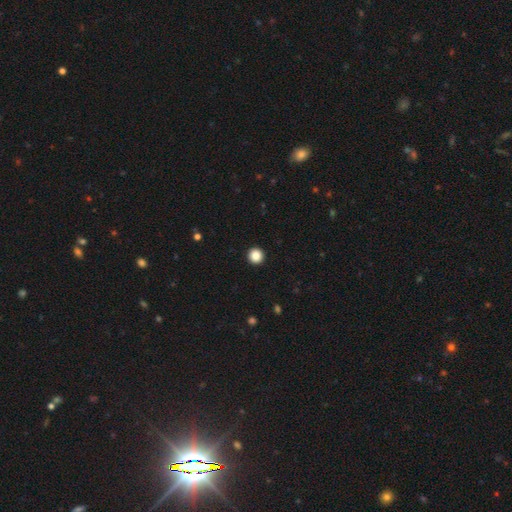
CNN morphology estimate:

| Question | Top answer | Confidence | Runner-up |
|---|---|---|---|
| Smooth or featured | smooth | 87% | star or artifact (10%) |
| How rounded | round | 96% | in between (3%) |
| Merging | none | 94% | minor disturbance (3%) |